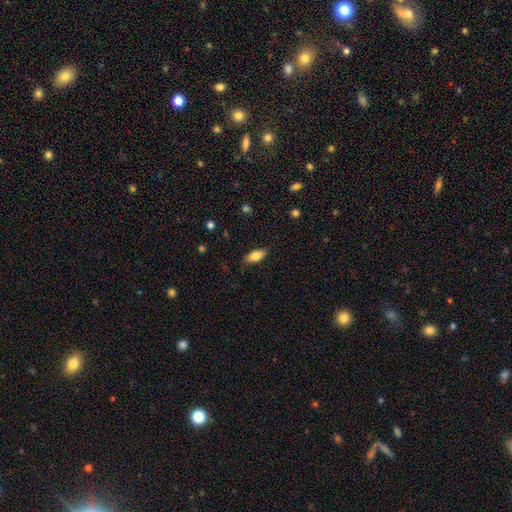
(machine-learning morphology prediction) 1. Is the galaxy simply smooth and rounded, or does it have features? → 78% smooth, 15% featured or disk, 7% star or artifact.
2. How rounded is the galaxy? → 83% in between, 14% cigar-shaped, 3% round.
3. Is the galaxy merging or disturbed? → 84% none, 12% minor disturbance, 3% major disturbance, 1% merger.